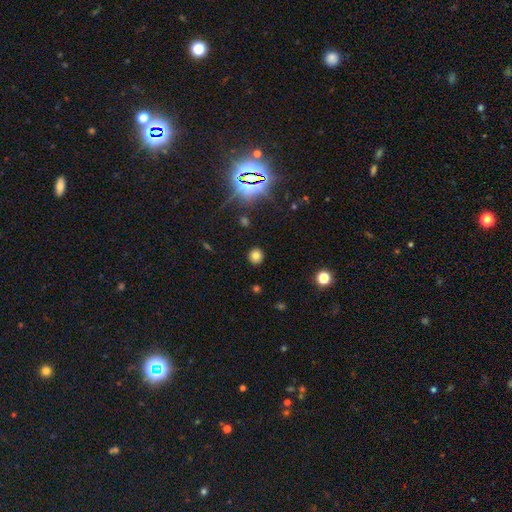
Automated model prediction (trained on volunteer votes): Overall: smooth (76%). How rounded: round (89%). Merging: none (91%).